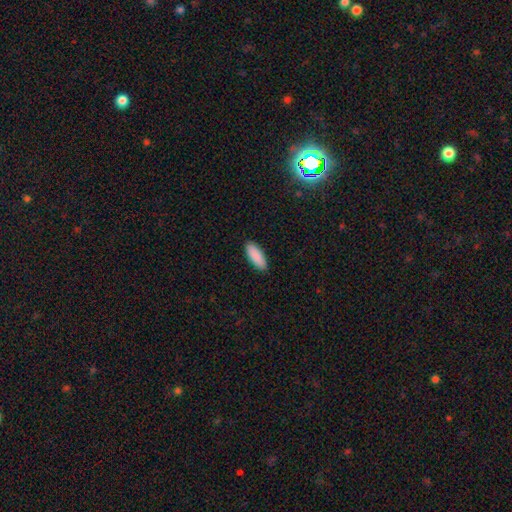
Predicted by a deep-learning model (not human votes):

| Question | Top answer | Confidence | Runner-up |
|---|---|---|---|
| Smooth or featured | smooth | 90% | star or artifact (5%) |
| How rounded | in between | 73% | cigar-shaped (26%) |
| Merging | none | 90% | minor disturbance (7%) |